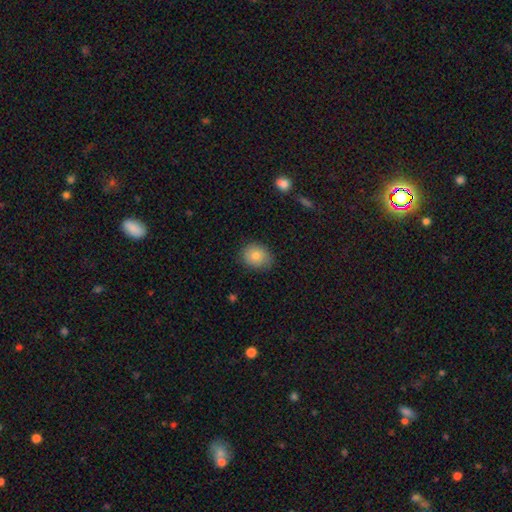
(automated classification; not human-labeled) A smooth galaxy with no disk features (79%) that is round (61%).

Vote fractions:
- Smooth or featured? smooth: 79% / featured or disk: 13% / star or artifact: 9%
- How rounded? round: 61% / in between: 38% / cigar-shaped: 1%
- Merging? none: 78% / minor disturbance: 17% / major disturbance: 4% / merger: 1%